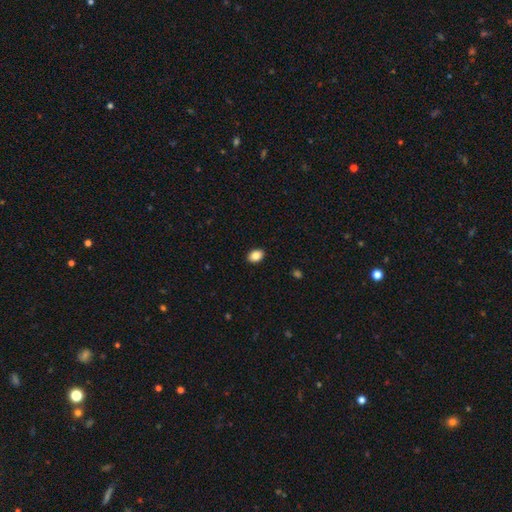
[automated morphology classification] Smooth or featured: smooth — 86% (star or artifact — 8%)
How rounded: in between — 76% (round — 23%)
Merging: none — 90% (minor disturbance — 7%)